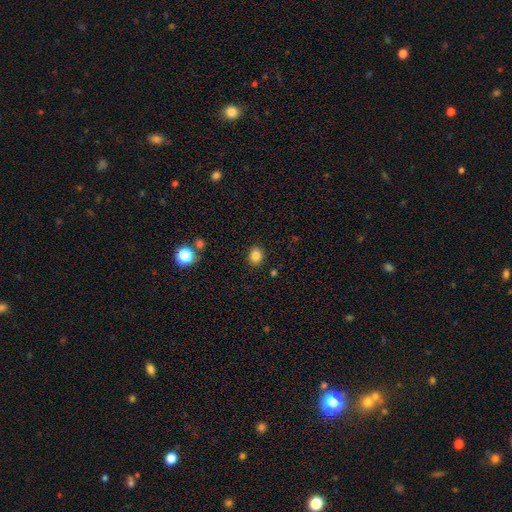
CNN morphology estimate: A smooth galaxy with no disk features (84%) that is round (59%). Merging: none (88%).